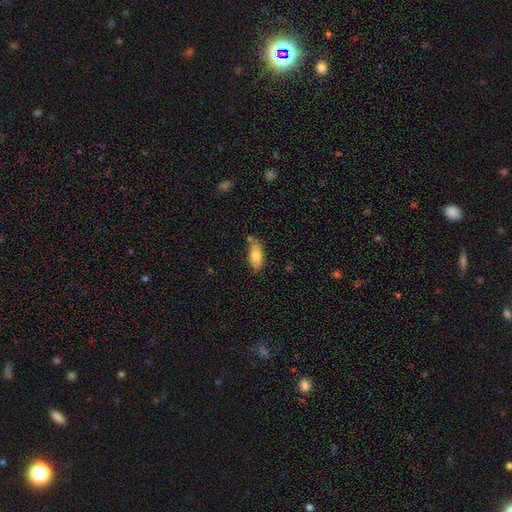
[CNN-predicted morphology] This is likely a smooth galaxy (77%). How rounded: clearly in between (86%). Merging: likely none (71%).